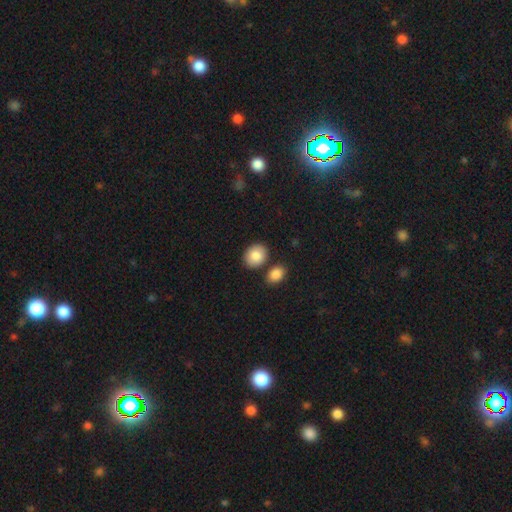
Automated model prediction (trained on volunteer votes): smooth-or-featured: smooth: 86% | featured or disk: 7% | star or artifact: 7%
  how-rounded: in between: 57% | round: 42% | cigar-shaped: 1%
  merging: none: 76% | merger: 11% | minor disturbance: 10% | major disturbance: 3%